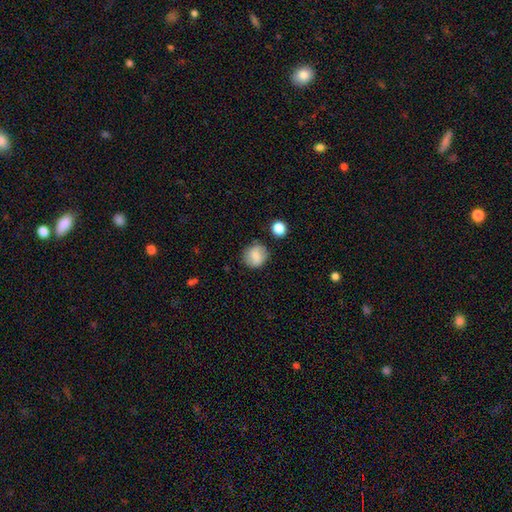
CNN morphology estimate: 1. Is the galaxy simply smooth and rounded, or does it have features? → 80% smooth, 11% featured or disk, 9% star or artifact.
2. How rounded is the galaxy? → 86% round, 13% in between, 1% cigar-shaped.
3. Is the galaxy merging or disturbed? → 81% none, 13% minor disturbance, 3% major disturbance, 3% merger.